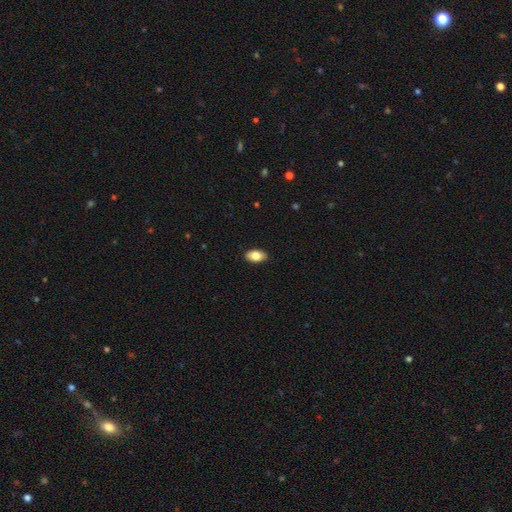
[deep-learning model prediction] smooth_or_featured: smooth (p=0.82) [alt: featured or disk p=0.11]
how_rounded: in between (p=0.93) [alt: round p=0.05]
merging: none (p=0.90) [alt: minor disturbance p=0.08]